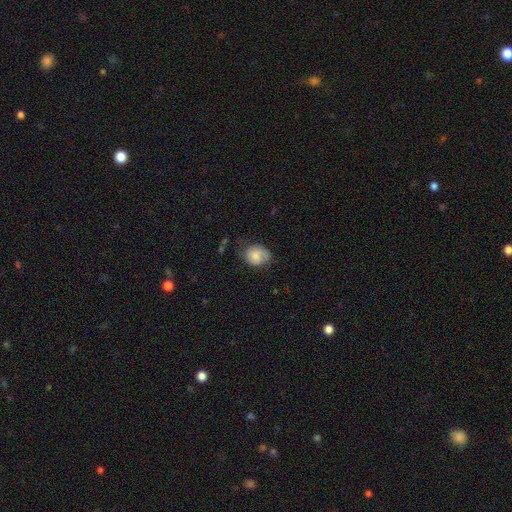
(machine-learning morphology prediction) Smooth or featured? Predicted: smooth (p=0.72). How rounded? Predicted: round (p=0.58). Merging? Predicted: none (p=0.54).